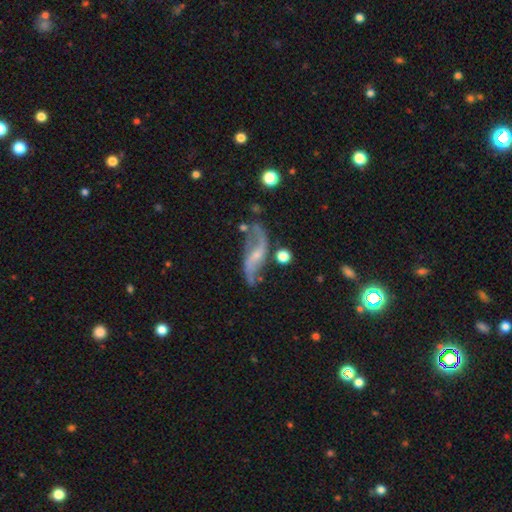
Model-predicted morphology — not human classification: type=featured or disk (85%); edge-on=no (93%); bar=no (41%); spiral arms=yes (94%); winding=loose (82%); arm count=2 (92%); bulge=small (67%); merging=none (62%).